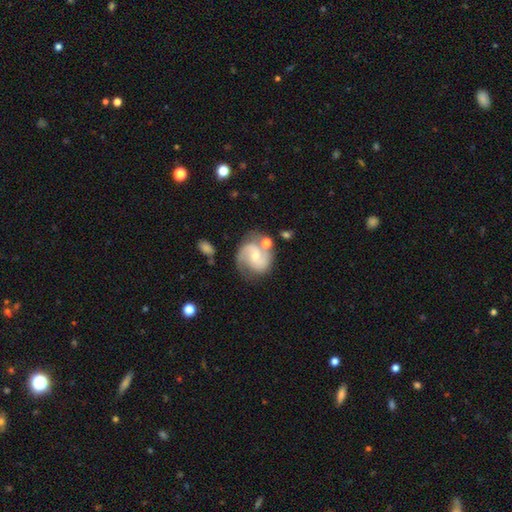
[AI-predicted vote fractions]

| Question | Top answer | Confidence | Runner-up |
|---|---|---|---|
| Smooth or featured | featured or disk | 79% | smooth (14%) |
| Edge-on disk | no | 98% | yes (2%) |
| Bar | no | 48% | weak (42%) |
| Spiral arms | yes | 95% | no (5%) |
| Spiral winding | medium | 53% | loose (25%) |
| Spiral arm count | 2 | 85% | can't tell (5%) |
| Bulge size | small | 54% | moderate (39%) |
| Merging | none | 64% | minor disturbance (18%) |